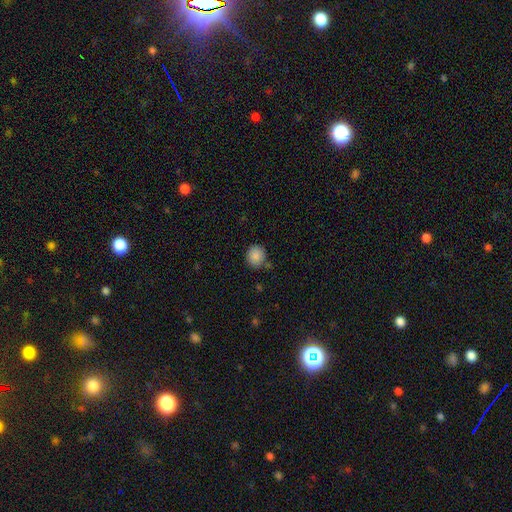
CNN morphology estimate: Overall: smooth (88%). How rounded: round (81%). Merging: none (79%).